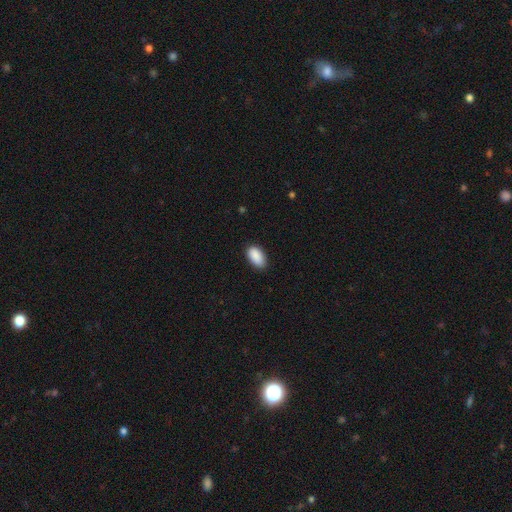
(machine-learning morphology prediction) This appears to be a smooth galaxy with no disk features (90%) that is in between round and cigar-shaped (94%). Merging: none (84%).